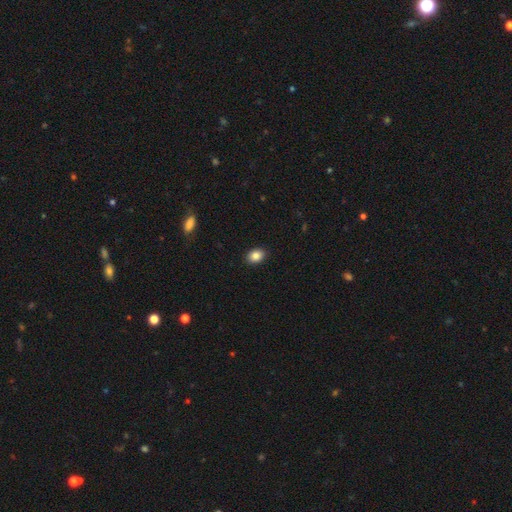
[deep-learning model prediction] Morphology: type=smooth (86%); roundness=in between (73%); merging=none (90%).